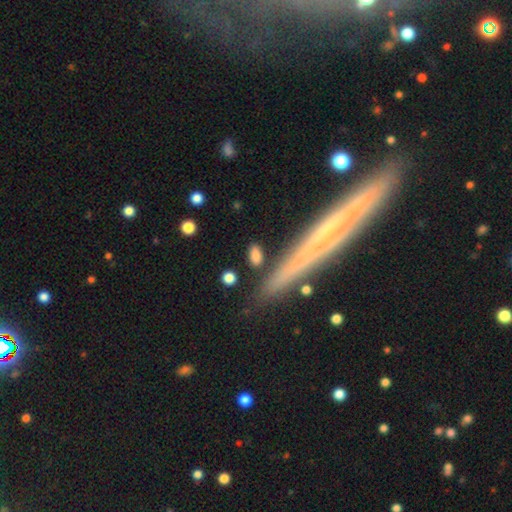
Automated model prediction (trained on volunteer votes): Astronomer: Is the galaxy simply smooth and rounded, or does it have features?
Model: smooth — 82%.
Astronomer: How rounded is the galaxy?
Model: in between — 81%.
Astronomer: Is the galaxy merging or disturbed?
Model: none — 81%.